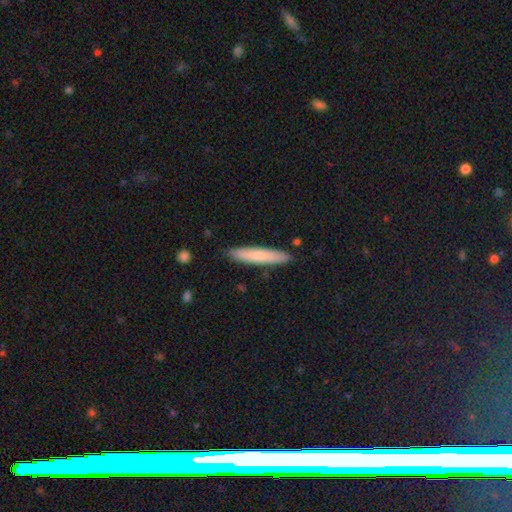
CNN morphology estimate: Smooth or featured? smooth (74%)
How rounded? cigar-shaped (92%)
Merging? none (89%)